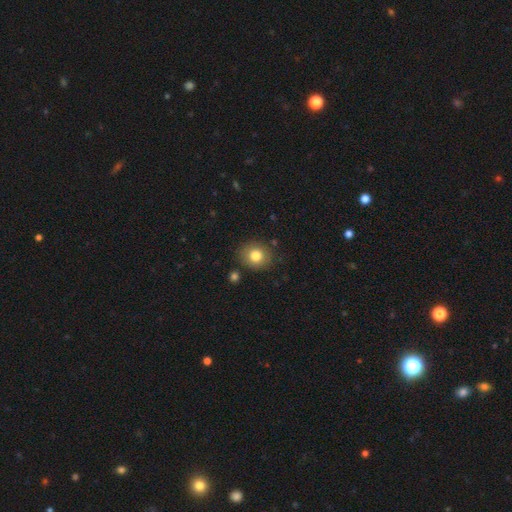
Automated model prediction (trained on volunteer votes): Overall: smooth (80%). How rounded: round (76%). Merging: none (83%).